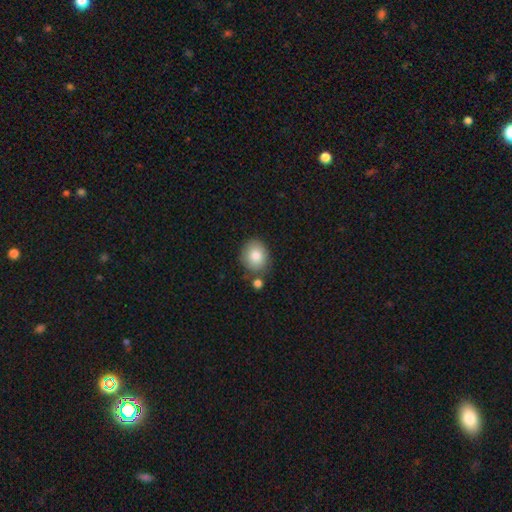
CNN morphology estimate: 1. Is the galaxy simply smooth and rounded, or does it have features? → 83% smooth, 9% featured or disk, 8% star or artifact.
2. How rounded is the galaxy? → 60% round, 39% in between, 1% cigar-shaped.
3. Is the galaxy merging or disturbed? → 72% none, 15% minor disturbance, 10% merger, 4% major disturbance.